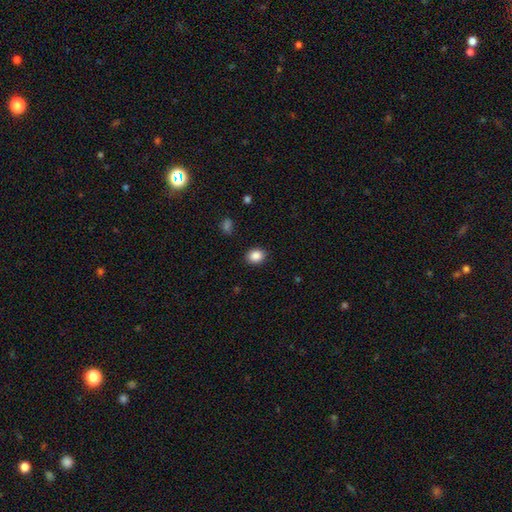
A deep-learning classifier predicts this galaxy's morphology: smooth-or-featured: smooth: 87% | star or artifact: 9% | featured or disk: 4%
  how-rounded: round: 52% | in between: 47% | cigar-shaped: 1%
  merging: none: 88% | minor disturbance: 8% | major disturbance: 2% | merger: 1%